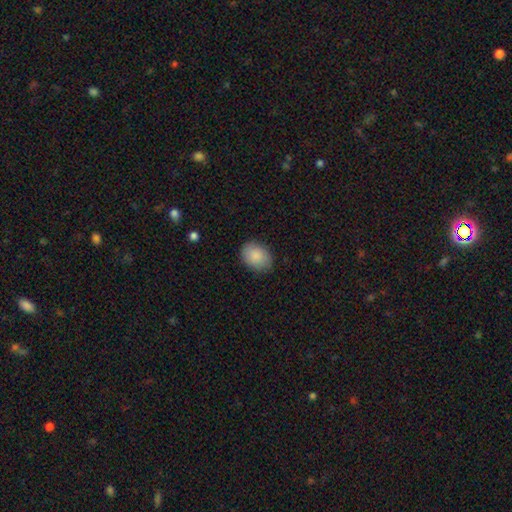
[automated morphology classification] The model was most divided on "how rounded": in between: 68%, round: 31%, cigar-shaped: 1%. More confident: smooth or featured — smooth (88%); merging — none (84%).